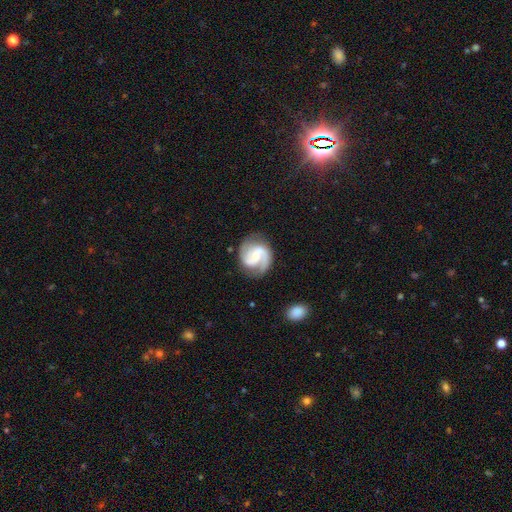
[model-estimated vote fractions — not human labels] This appears to be a featured or disk galaxy (88%) with a weak bar (46%), 2 (89%) medium (54%) spiral arms (98%) and a small central bulge (50%). Merging: none (77%).